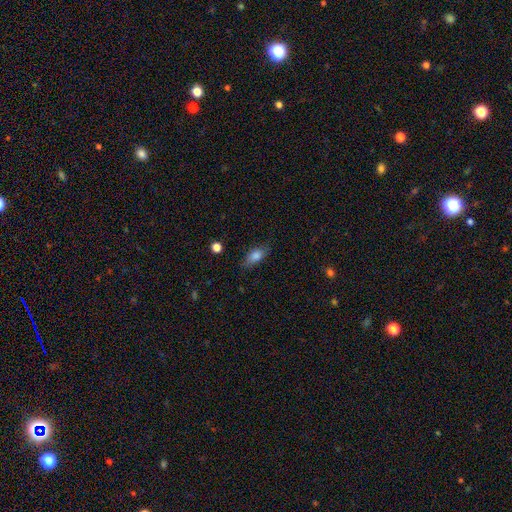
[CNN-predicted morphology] Smooth or featured? Predicted: smooth (p=0.80). How rounded? Predicted: in between (p=0.81). Merging? Predicted: none (p=0.77).